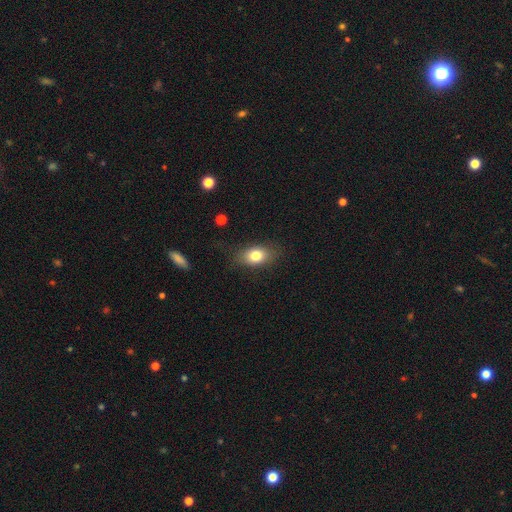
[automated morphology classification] Overall: smooth (78%). How rounded: in between (79%). Merging: none (79%).